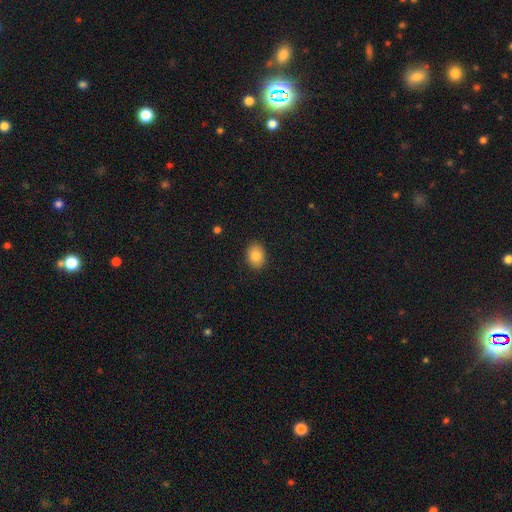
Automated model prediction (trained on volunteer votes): smooth_or_featured: smooth (p=0.85) [alt: star or artifact p=0.08]
how_rounded: in between (p=0.66) [alt: round p=0.33]
merging: none (p=0.90) [alt: minor disturbance p=0.08]